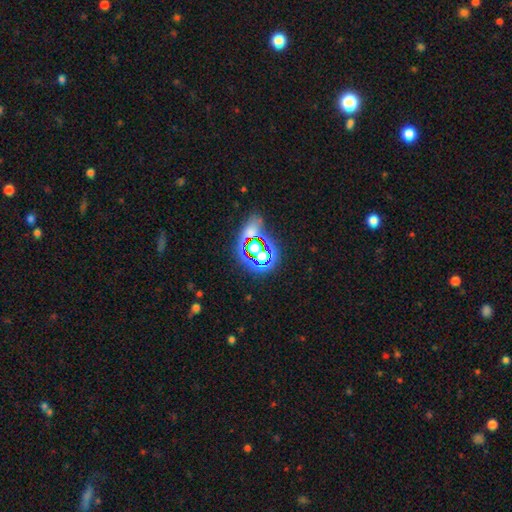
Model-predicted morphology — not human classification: A star or artifact, not a galaxy (65%).

Vote fractions:
- Smooth or featured? star or artifact: 65% / smooth: 22% / featured or disk: 13%